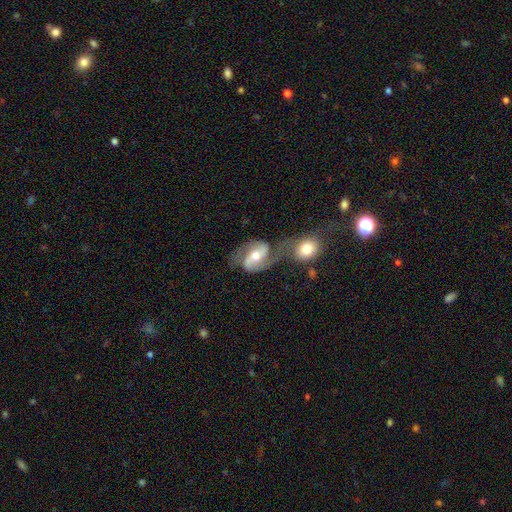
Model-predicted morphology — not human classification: A featured or disk galaxy (82%) with a weak bar (41%), 2 (91%) medium (47%) spiral arms (94%) and a moderate central bulge (69%).

Vote fractions:
- Smooth or featured? featured or disk: 82% / smooth: 13% / star or artifact: 6%
- Edge-on disk? no: 97% / yes: 3%
- Bar? weak: 41% / strong: 31% / no: 28%
- Spiral arms? yes: 94% / no: 6%
- Spiral winding? medium: 47% / loose: 39% / tight: 14%
- Spiral arm count? 2: 91% / can't tell: 3% / 1: 3% / 3: 1% / 4: 1% / more than 4: 1%
- Bulge size? moderate: 69% / small: 22% / large: 6% / none: 1% / dominant: 1%
- Merging? merger: 42% / none: 34% / minor disturbance: 13% / major disturbance: 10%